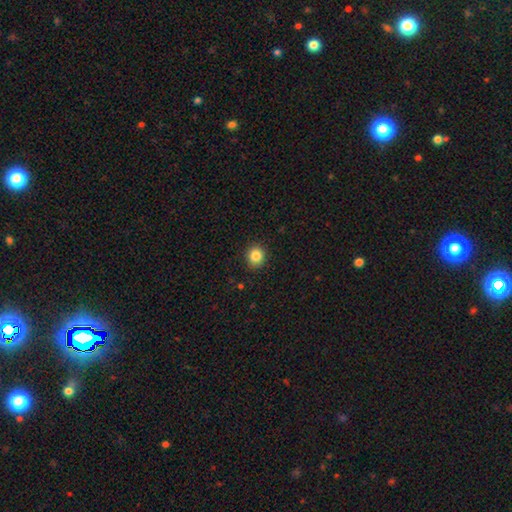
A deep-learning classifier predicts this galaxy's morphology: Smooth or featured: smooth — 85% (star or artifact — 11%)
How rounded: round — 83% (in between — 16%)
Merging: none — 91% (minor disturbance — 6%)